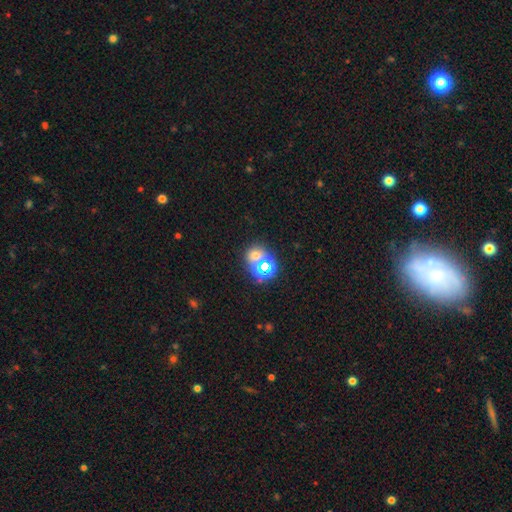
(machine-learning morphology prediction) A smooth galaxy with no disk features (48%).

Vote fractions:
- Smooth or featured? smooth: 48% / star or artifact: 41% / featured or disk: 11%
- Merging? none: 57% / merger: 28% / minor disturbance: 9% / major disturbance: 5%